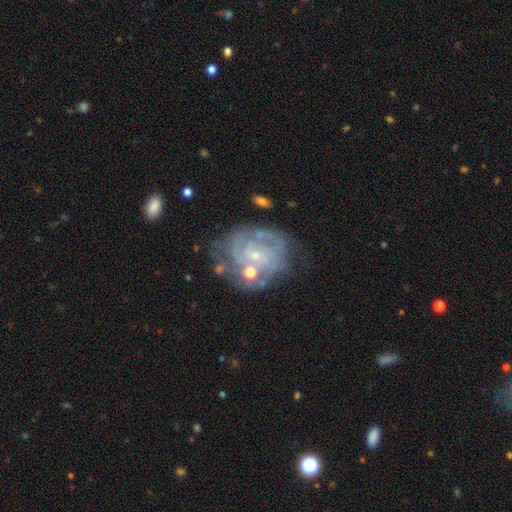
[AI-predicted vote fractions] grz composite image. It shows a featured or disk galaxy (81%) with no bar (71%), tight (65%) spiral arms (86%) and a small central bulge (78%). Merging: none (55%).